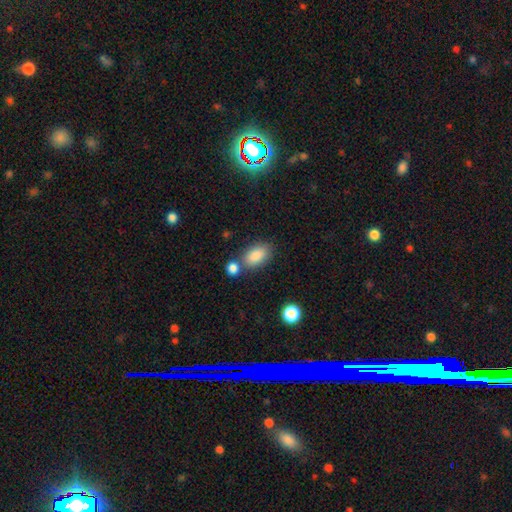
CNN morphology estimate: Overall: smooth (87%). How rounded: in between (91%). Merging: none (62%).